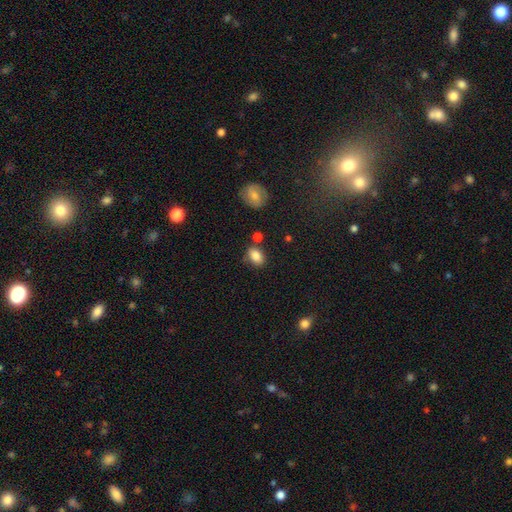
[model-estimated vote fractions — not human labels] Morphology: type=smooth (85%); roundness=in between (80%); merging=none (72%).